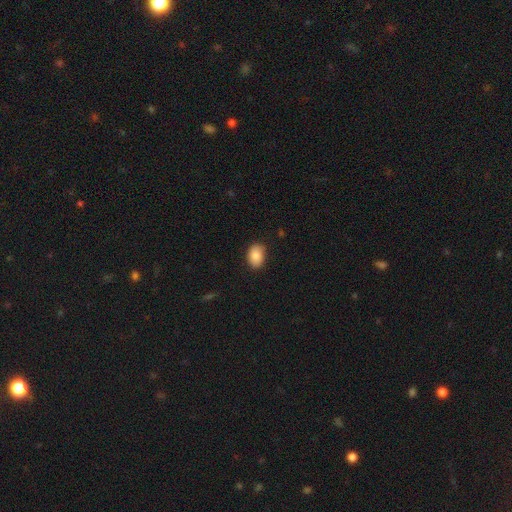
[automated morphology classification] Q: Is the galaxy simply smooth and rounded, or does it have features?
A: smooth — 84%.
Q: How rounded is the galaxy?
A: in between — 80%.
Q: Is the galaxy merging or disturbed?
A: none — 83%.